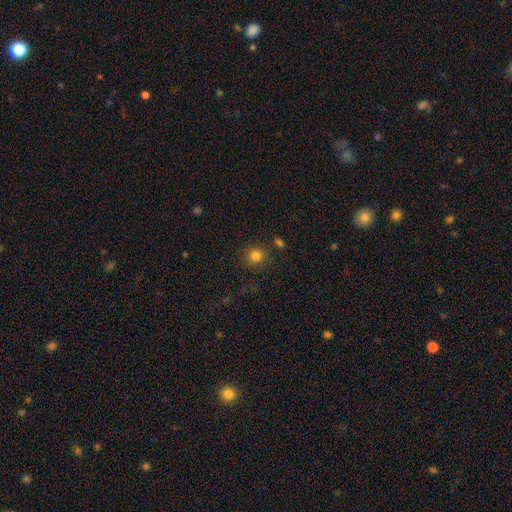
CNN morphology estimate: smooth_or_featured: smooth (p=0.81) [alt: star or artifact p=0.14]
how_rounded: round (p=0.91) [alt: in between p=0.08]
merging: none (p=0.84) [alt: minor disturbance p=0.09]